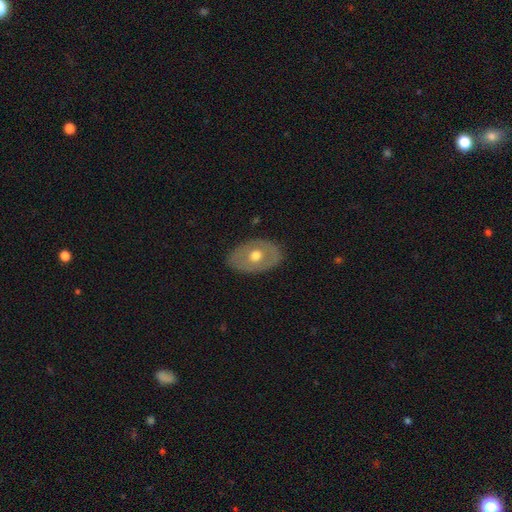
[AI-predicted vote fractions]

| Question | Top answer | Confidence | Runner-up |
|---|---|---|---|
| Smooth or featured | featured or disk | 47% | tied: smooth (47%) |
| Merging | none | 83% | minor disturbance (13%) |